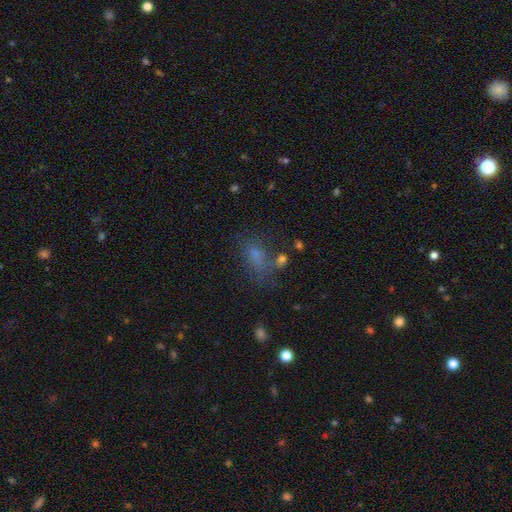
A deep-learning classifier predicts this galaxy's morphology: smooth-or-featured: smooth: 62% | star or artifact: 21% | featured or disk: 16%
  how-rounded: in between: 77% | round: 16% | cigar-shaped: 7%
  merging: none: 47% | minor disturbance: 21% | major disturbance: 20% | merger: 13%